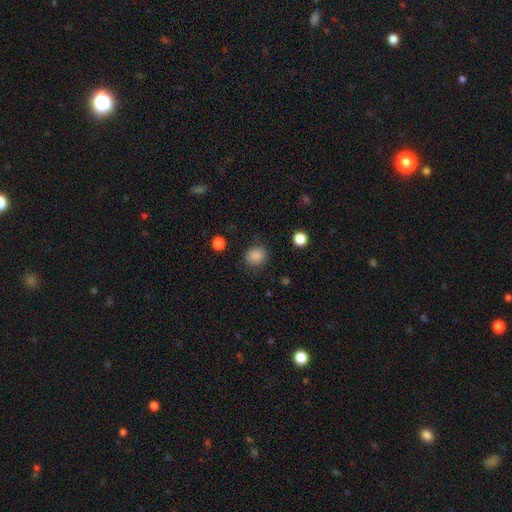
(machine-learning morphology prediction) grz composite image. It shows a smooth galaxy with no disk features (86%) that is round (84%). Merging: none (84%).